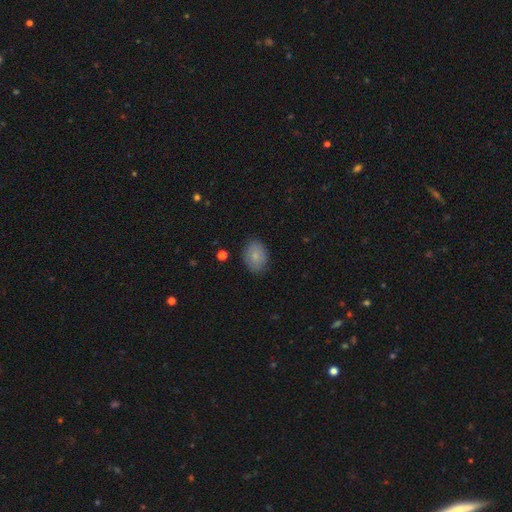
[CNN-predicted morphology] Smooth or featured? Predicted: smooth (p=0.80). How rounded? Predicted: in between (p=0.72). Merging? Predicted: none (p=0.84).